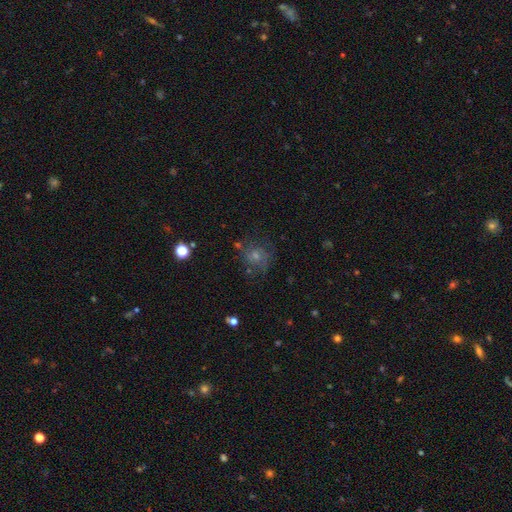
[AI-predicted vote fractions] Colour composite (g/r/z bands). It shows a smooth galaxy with no disk features (38%). Merging: none (70%).